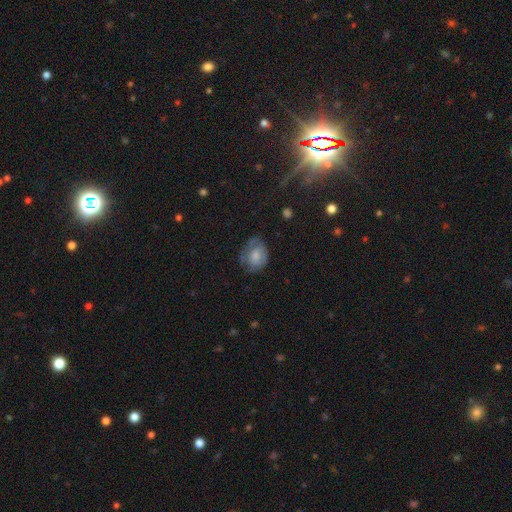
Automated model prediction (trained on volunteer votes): smooth_or_featured: smooth (p=0.65) [alt: featured or disk p=0.27]
how_rounded: in between (p=0.53) [alt: round p=0.45]
merging: none (p=0.53) [alt: minor disturbance p=0.30]